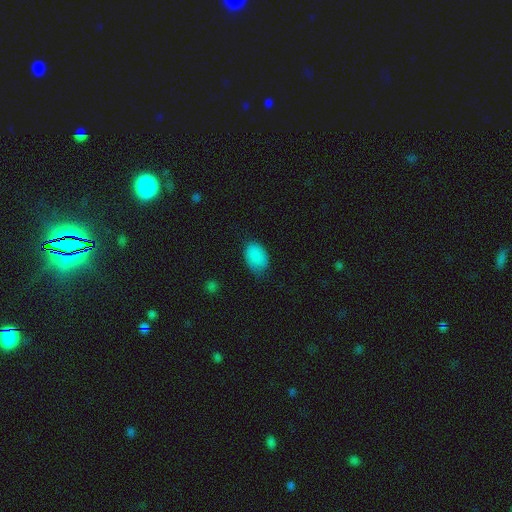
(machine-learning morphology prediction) smooth-or-featured: smooth: 87% | star or artifact: 8% | featured or disk: 5%
  how-rounded: in between: 88% | round: 11% | cigar-shaped: 1%
  merging: none: 65% | minor disturbance: 28% | major disturbance: 5% | merger: 1%